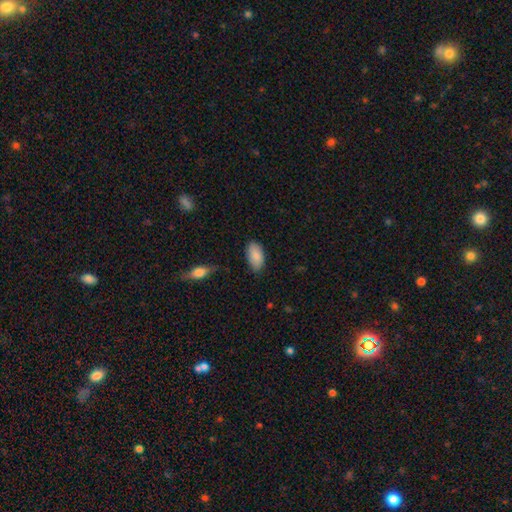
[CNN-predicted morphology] This appears to be a smooth galaxy with no disk features (86%) that is in between round and cigar-shaped (95%). Merging: none (80%).